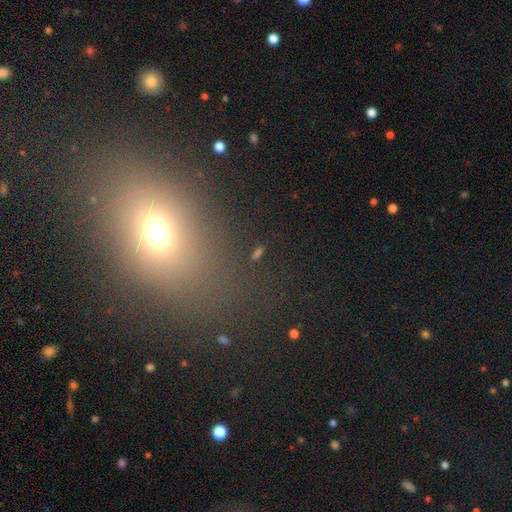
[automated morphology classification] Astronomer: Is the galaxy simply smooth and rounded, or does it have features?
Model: smooth — 45% (runner-up: star or artifact, 41%).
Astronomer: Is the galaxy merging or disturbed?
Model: none — 76%.